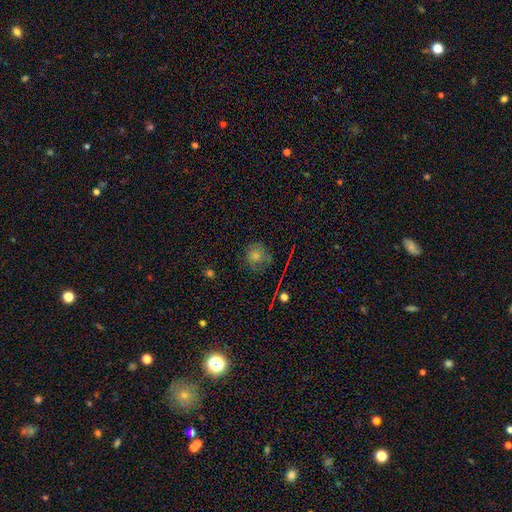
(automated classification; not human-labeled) Smooth or featured? Predicted: smooth (p=0.49). Merging? Predicted: none (p=0.72).